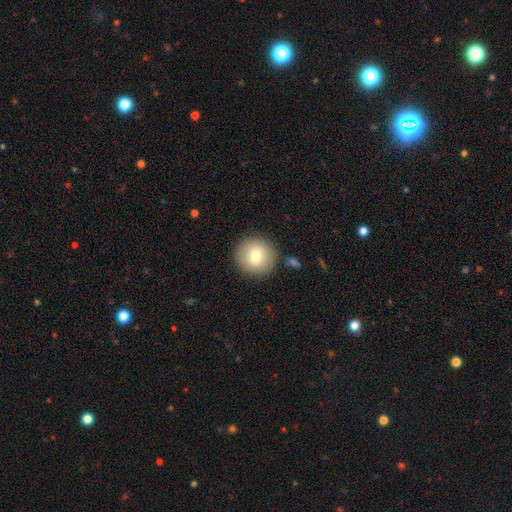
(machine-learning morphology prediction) This is likely a smooth galaxy (78%). How rounded: clearly round (94%). Merging: clearly none (87%).